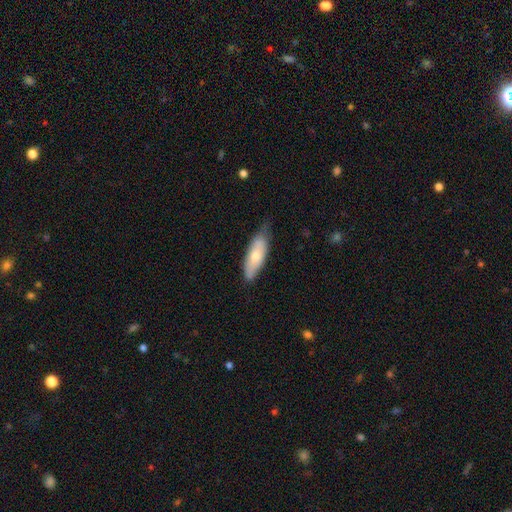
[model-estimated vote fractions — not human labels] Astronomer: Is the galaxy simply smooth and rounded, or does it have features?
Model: smooth — 66%.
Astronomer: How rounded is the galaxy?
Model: in between — 64%.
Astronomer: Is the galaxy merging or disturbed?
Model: none — 55% (runner-up: minor disturbance, 36%).